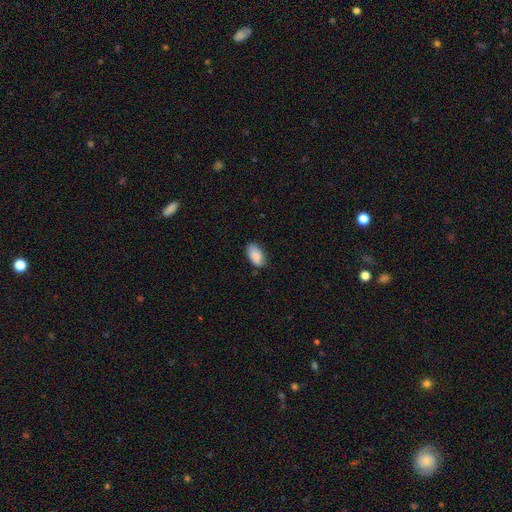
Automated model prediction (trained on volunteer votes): This is clearly a smooth galaxy (88%). How rounded: clearly in between (94%). Merging: likely none (78%).